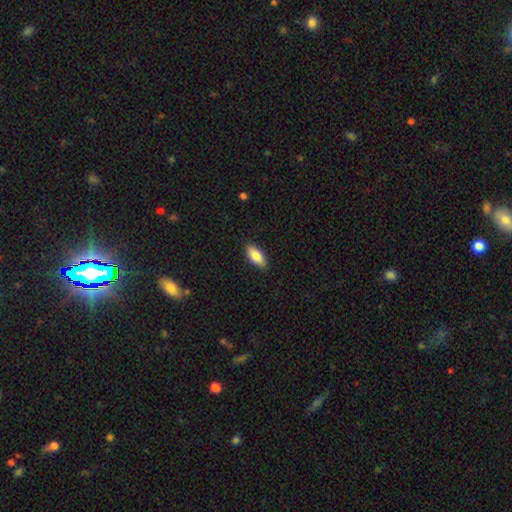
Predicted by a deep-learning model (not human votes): Q: Smooth or featured?
A: smooth (84%); runner-up: featured or disk (10%)
Q: How rounded?
A: in between (85%); runner-up: cigar-shaped (12%)
Q: Merging?
A: none (88%); runner-up: minor disturbance (9%)